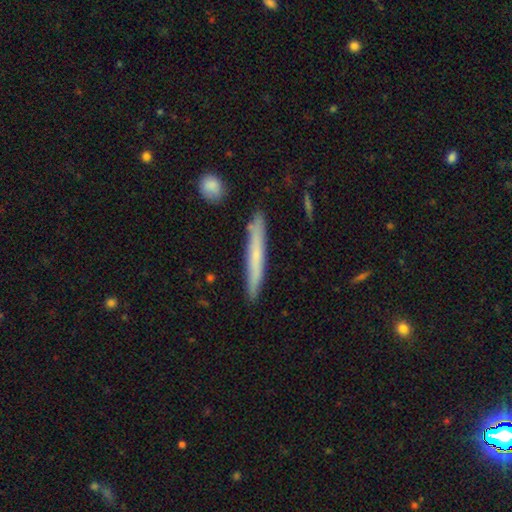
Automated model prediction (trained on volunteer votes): Overall: smooth (56%; featured or disk 38%). How rounded: cigar-shaped (96%). Merging: none (88%).